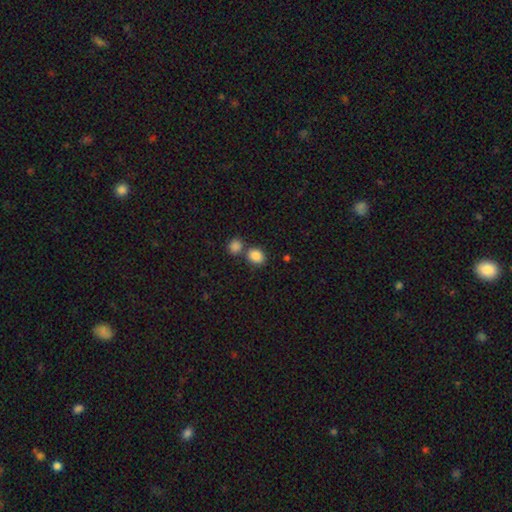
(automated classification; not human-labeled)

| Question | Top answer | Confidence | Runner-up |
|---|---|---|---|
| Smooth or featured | smooth | 86% | star or artifact (9%) |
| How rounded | round | 50% | in between (49%) |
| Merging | none | 58% | merger (30%) |